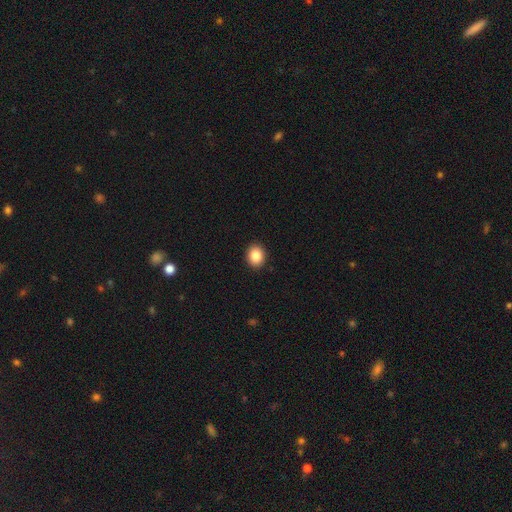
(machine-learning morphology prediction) Overall: smooth (86%). How rounded: round (56%; in between 43%). Merging: none (92%).